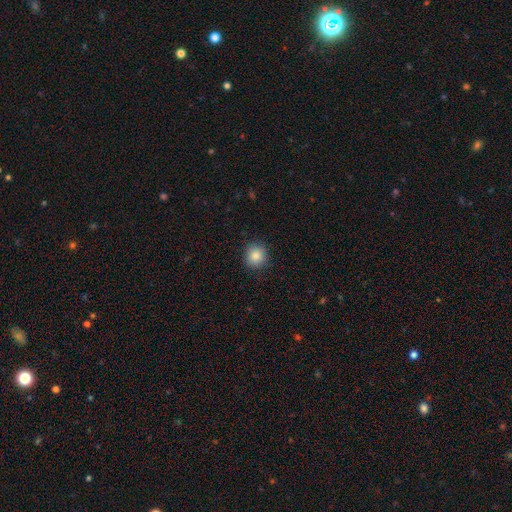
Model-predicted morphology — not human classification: smooth 86%, star or artifact 10%, featured or disk 4%. Down the decision tree: how rounded — round (89%); merging — none (89%).